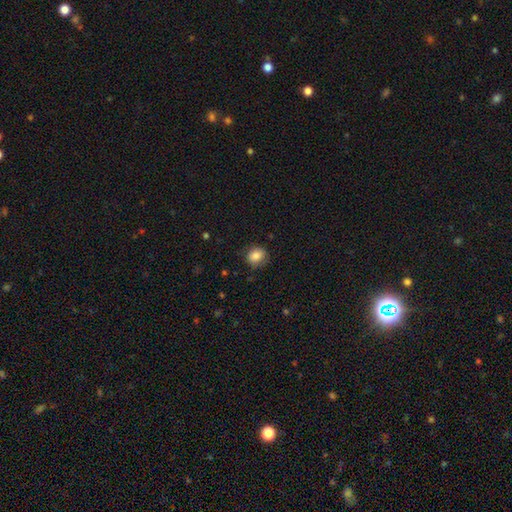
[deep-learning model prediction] A smooth galaxy with no disk features (85%) that is round (68%).

Vote fractions:
- Smooth or featured? smooth: 85% / star or artifact: 9% / featured or disk: 6%
- How rounded? round: 68% / in between: 31% / cigar-shaped: 1%
- Merging? none: 79% / minor disturbance: 16% / major disturbance: 4% / merger: 1%